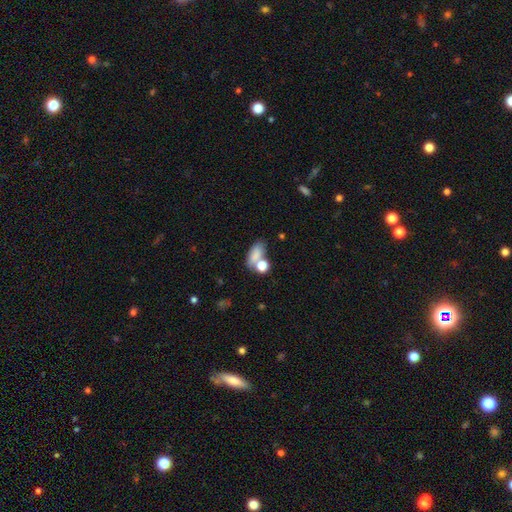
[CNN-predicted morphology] Q: Smooth or featured?
A: smooth (77%); runner-up: featured or disk (12%)
Q: How rounded?
A: in between (77%); runner-up: round (16%)
Q: Merging?
A: none (40%); runner-up: merger (36%)